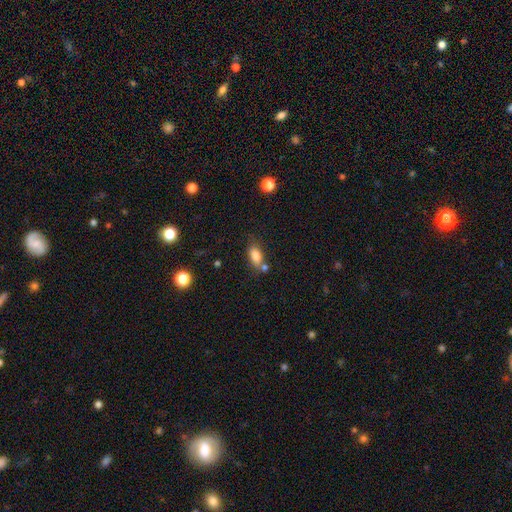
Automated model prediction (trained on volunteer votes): This is clearly a smooth galaxy (82%). How rounded: clearly in between (86%). Merging: possibly none (59%).